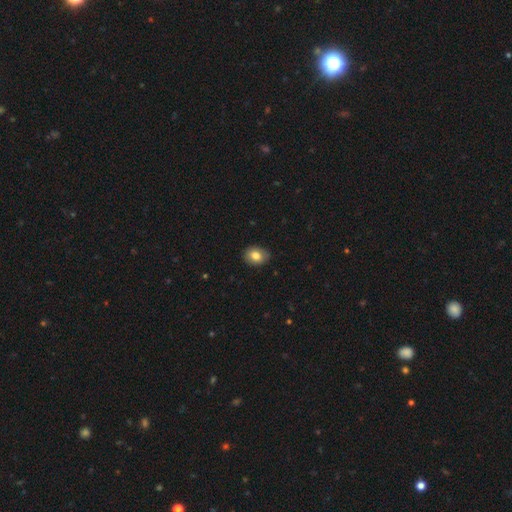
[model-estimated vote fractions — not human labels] Smooth or featured? smooth (82%)
How rounded? in between (64%)
Merging? none (86%)